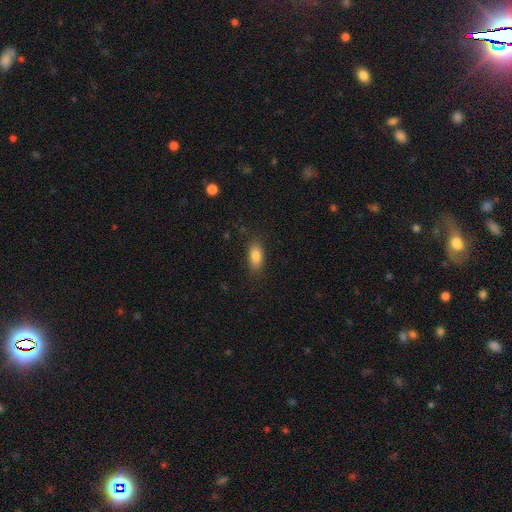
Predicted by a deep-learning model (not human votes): Smooth or featured?
  - smooth: 84% *
  - star or artifact: 8%
  - featured or disk: 8%
How rounded?
  - in between: 87% *
  - cigar-shaped: 8%
  - round: 4%
Merging?
  - none: 83% *
  - minor disturbance: 12%
  - major disturbance: 3%
  - merger: 1%